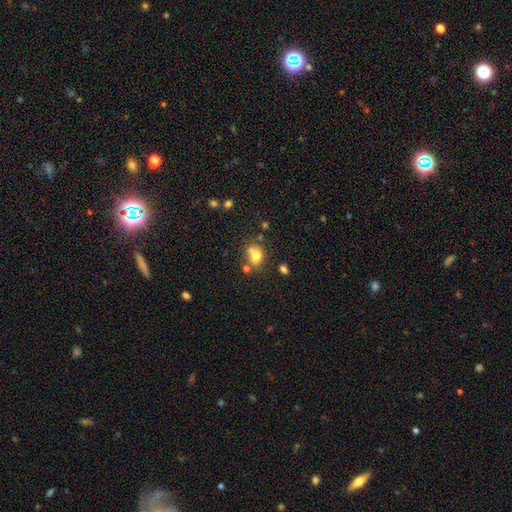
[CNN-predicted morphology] A smooth galaxy with no disk features (75%) that is round (53%).

Vote fractions:
- Smooth or featured? smooth: 75% / featured or disk: 13% / star or artifact: 13%
- How rounded? round: 53% / in between: 46% / cigar-shaped: 1%
- Merging? none: 56% / merger: 24% / minor disturbance: 15% / major disturbance: 5%